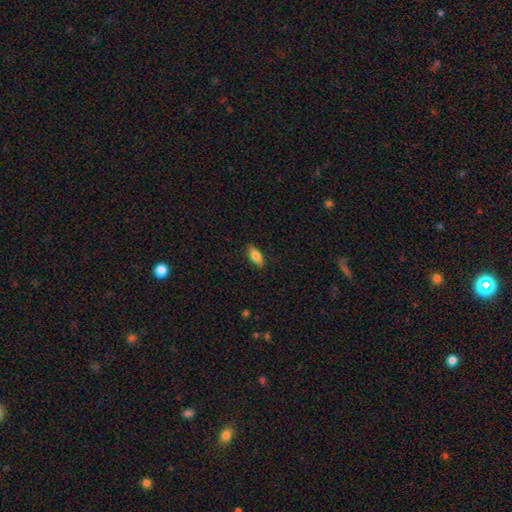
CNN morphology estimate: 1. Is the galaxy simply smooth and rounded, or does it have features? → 81% smooth, 13% featured or disk, 7% star or artifact.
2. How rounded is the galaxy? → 80% in between, 17% cigar-shaped, 3% round.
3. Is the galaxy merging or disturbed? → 87% none, 10% minor disturbance, 2% major disturbance, 1% merger.